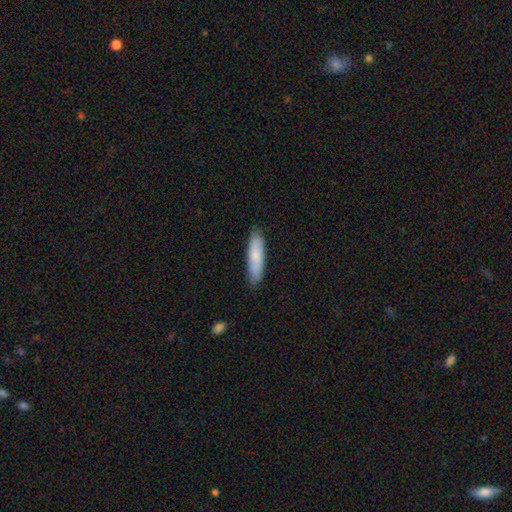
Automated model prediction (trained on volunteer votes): smooth 80%, featured or disk 15%, star or artifact 6%. Down the decision tree: how rounded — cigar-shaped (73%); merging — none (86%).